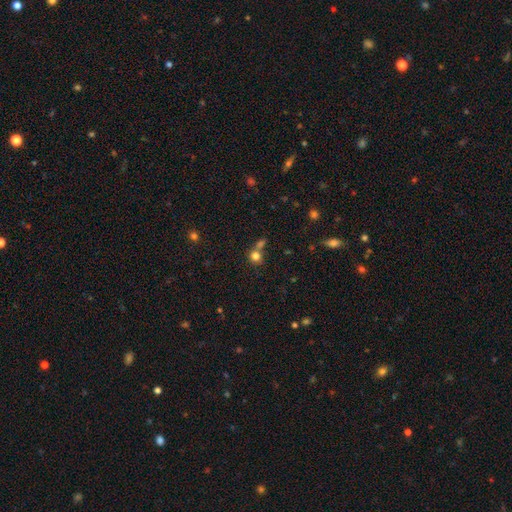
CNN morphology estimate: Q: Smooth or featured?
A: smooth (78%); runner-up: star or artifact (14%)
Q: How rounded?
A: round (86%); runner-up: in between (13%)
Q: Merging?
A: none (52%); runner-up: merger (36%)